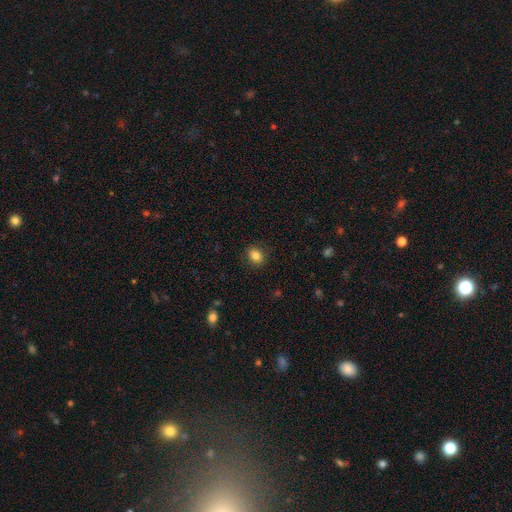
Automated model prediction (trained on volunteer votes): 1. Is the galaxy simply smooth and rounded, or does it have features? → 84% smooth, 10% star or artifact, 6% featured or disk.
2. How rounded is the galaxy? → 54% round, 45% in between, 1% cigar-shaped.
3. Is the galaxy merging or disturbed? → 88% none, 9% minor disturbance, 3% major disturbance, 1% merger.